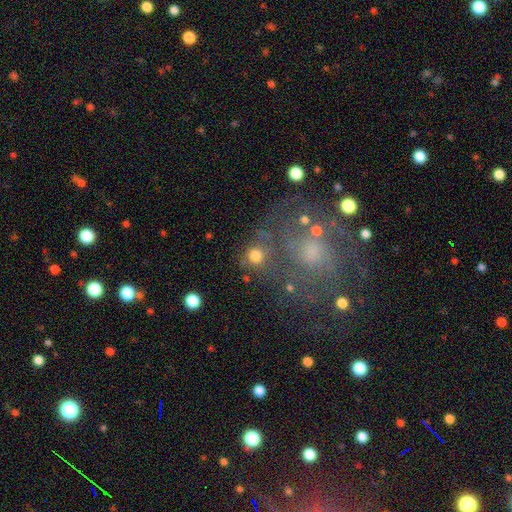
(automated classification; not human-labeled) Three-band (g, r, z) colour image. It shows a smooth galaxy with no disk features (73%) that is round (88%). Merging: none (63%).